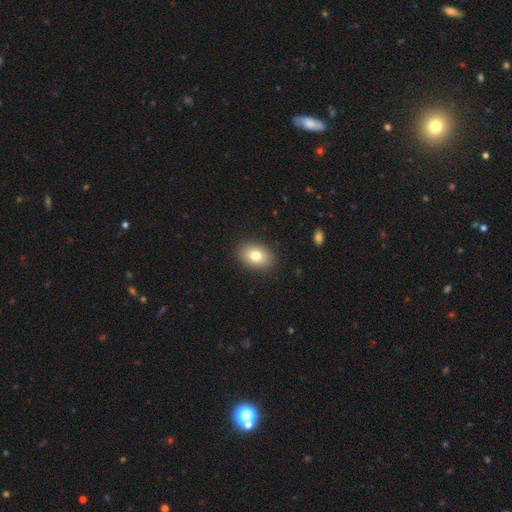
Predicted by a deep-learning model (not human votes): A smooth galaxy with no disk features (79%) that is in between round and cigar-shaped (79%). Merging: none (89%).